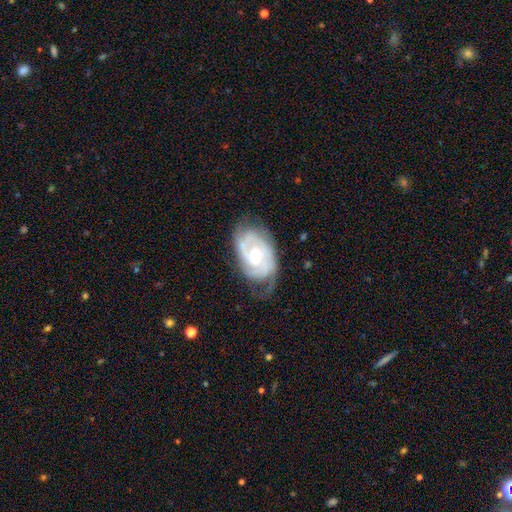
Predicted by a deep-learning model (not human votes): A featured or disk galaxy (86%) with no bar (55%), 2 (39%) tight (59%) spiral arms (96%) and a moderate central bulge (52%). Merging: none (61%).